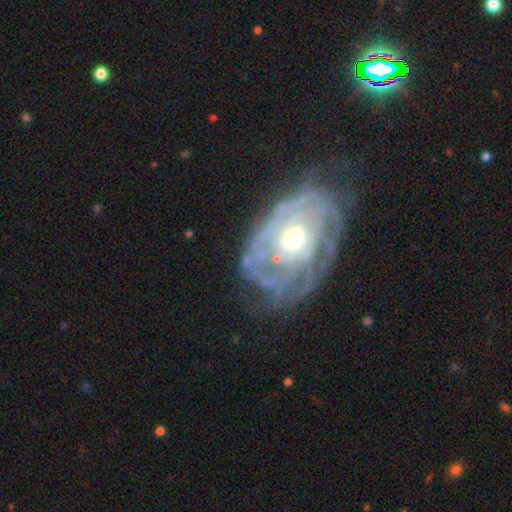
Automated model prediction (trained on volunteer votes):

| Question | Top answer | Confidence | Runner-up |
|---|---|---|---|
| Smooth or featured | featured or disk | 83% | smooth (10%) |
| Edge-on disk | no | 96% | yes (4%) |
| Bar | no | 77% | weak (18%) |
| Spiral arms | yes | 86% | no (14%) |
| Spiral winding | tight | 67% | medium (24%) |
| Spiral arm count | can't tell | 46% | 2 (16%) |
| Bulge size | moderate | 59% | small (32%) |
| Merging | none | 56% | minor disturbance (23%) |